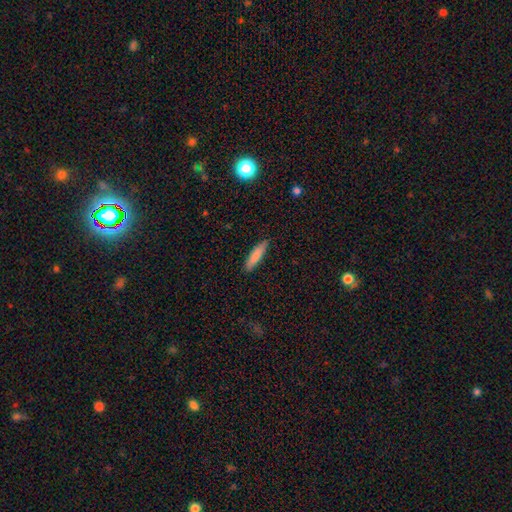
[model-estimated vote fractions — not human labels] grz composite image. It shows a smooth galaxy with no disk features (81%) that is cigar-shaped (79%). Merging: none (87%).